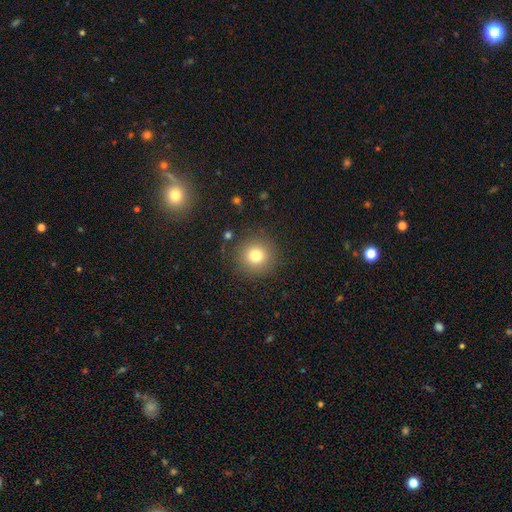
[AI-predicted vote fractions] Morphology: type=smooth (79%); roundness=round (94%); merging=none (88%).